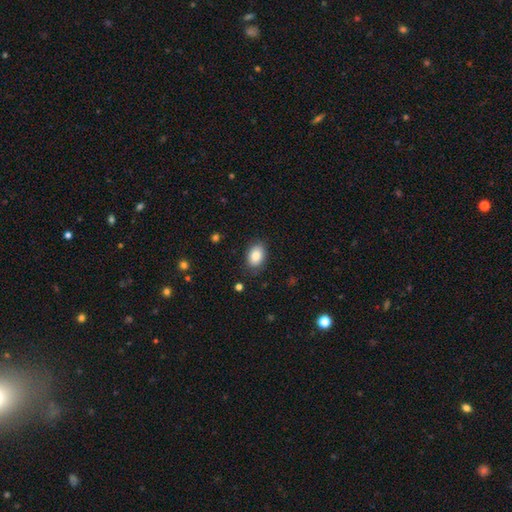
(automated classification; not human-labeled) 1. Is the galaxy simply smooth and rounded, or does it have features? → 86% smooth, 8% star or artifact, 7% featured or disk.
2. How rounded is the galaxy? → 83% in between, 16% round, 1% cigar-shaped.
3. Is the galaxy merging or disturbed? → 83% none, 13% minor disturbance, 3% major disturbance, 1% merger.